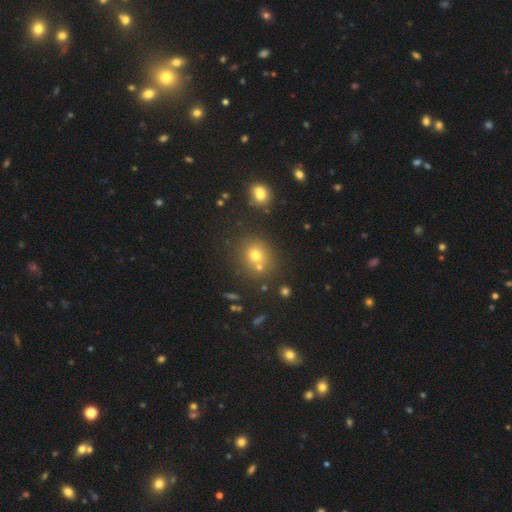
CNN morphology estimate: smooth 67%, star or artifact 21%, featured or disk 12%. Down the decision tree: how rounded — round (83%); merging — none (64%).